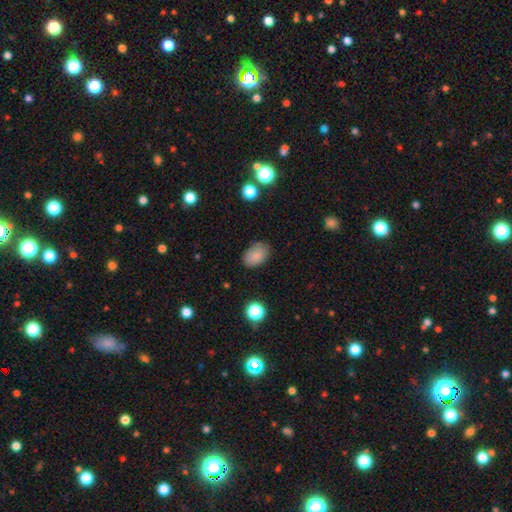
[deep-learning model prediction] Smooth or featured?
  - smooth: 83% *
  - star or artifact: 9%
  - featured or disk: 8%
How rounded?
  - in between: 84% *
  - round: 14%
  - cigar-shaped: 1%
Merging?
  - none: 79% *
  - minor disturbance: 16%
  - major disturbance: 4%
  - merger: 1%